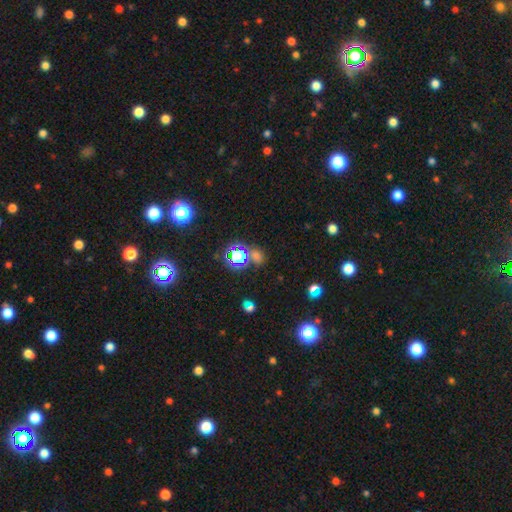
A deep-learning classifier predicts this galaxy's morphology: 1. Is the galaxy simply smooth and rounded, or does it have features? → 53% star or artifact, 38% smooth, 9% featured or disk.